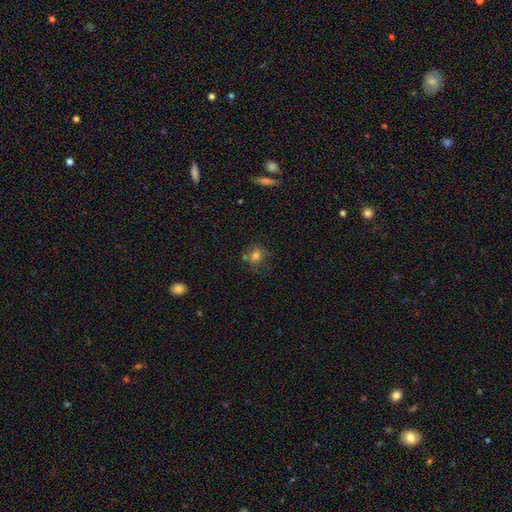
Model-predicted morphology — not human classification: Smooth or featured?
  - smooth: 70% *
  - featured or disk: 16%
  - star or artifact: 15%
How rounded?
  - round: 71% *
  - in between: 28%
  - cigar-shaped: 2%
Merging?
  - none: 64% *
  - minor disturbance: 19%
  - merger: 10%
  - major disturbance: 7%